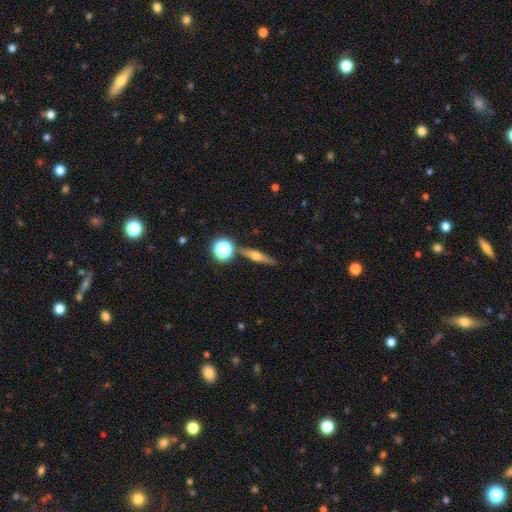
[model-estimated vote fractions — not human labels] This appears to be a featured or disk galaxy (53%) viewed edge-on (92%). Merging: none (82%).